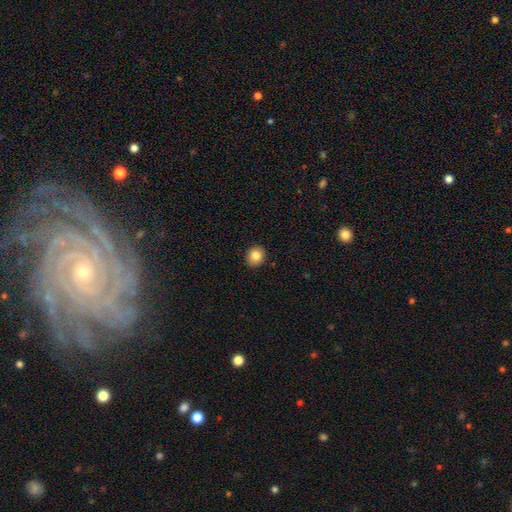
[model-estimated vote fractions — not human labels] Q: Smooth or featured?
A: smooth (83%); runner-up: star or artifact (9%)
Q: How rounded?
A: round (71%); runner-up: in between (28%)
Q: Merging?
A: none (91%); runner-up: minor disturbance (6%)